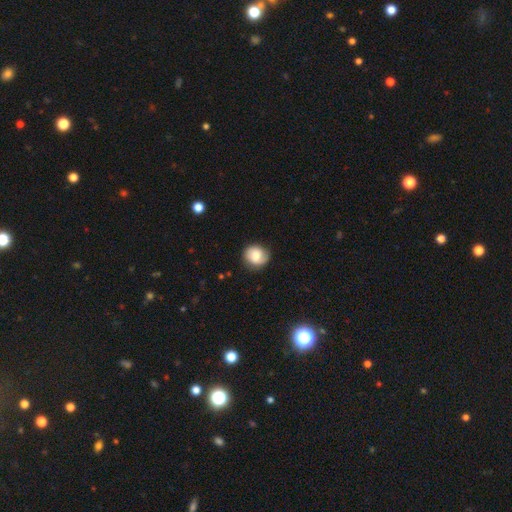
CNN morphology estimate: smooth 67%, featured or disk 25%, star or artifact 8%. Down the decision tree: how rounded — round (79%); merging — none (77%).